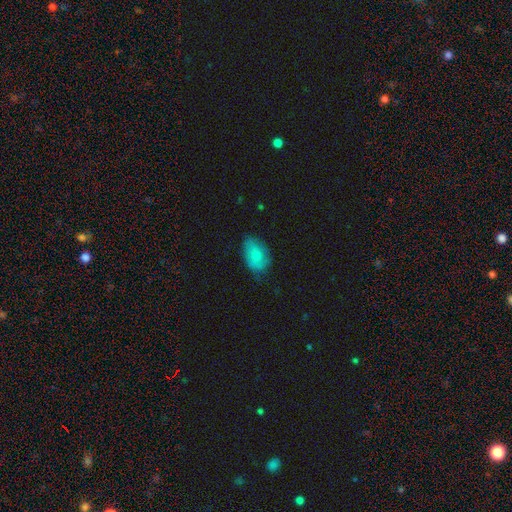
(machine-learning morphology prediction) A smooth galaxy with no disk features (77%) that is in between round and cigar-shaped (88%).

Vote fractions:
- Smooth or featured? smooth: 77% / featured or disk: 16% / star or artifact: 7%
- How rounded? in between: 88% / round: 10% / cigar-shaped: 2%
- Merging? none: 67% / minor disturbance: 26% / major disturbance: 6% / merger: 1%